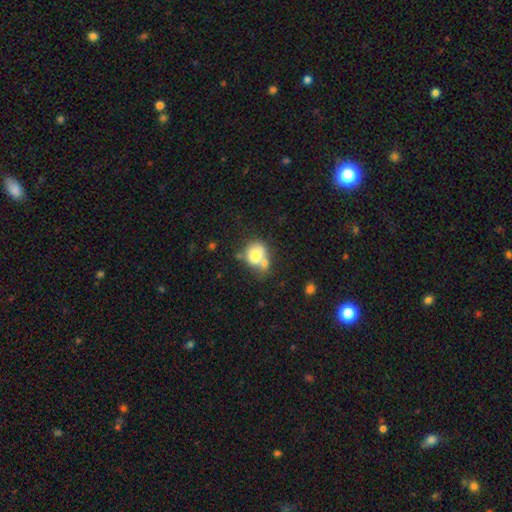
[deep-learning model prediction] Q: Smooth or featured?
A: smooth (74%); runner-up: featured or disk (16%)
Q: How rounded?
A: round (69%); runner-up: in between (30%)
Q: Merging?
A: none (39%); runner-up: merger (37%)